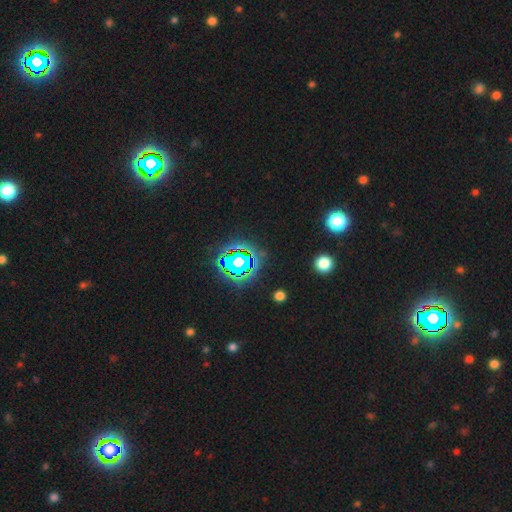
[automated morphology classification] star or artifact 83%, smooth 11%, featured or disk 7%.